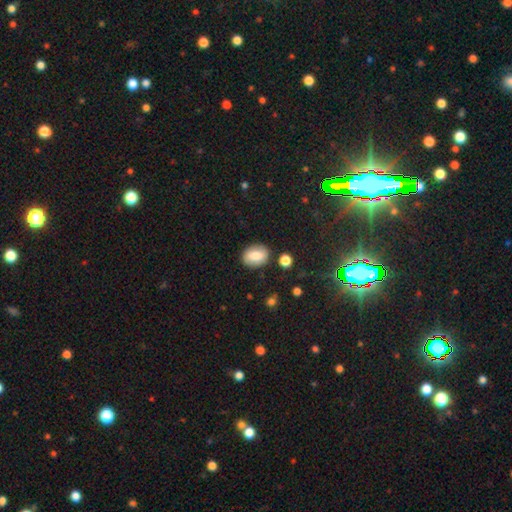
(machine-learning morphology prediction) smooth_or_featured: smooth (p=0.75) [alt: featured or disk p=0.16]
how_rounded: in between (p=0.65) [alt: round p=0.33]
merging: none (p=0.82) [alt: minor disturbance p=0.12]